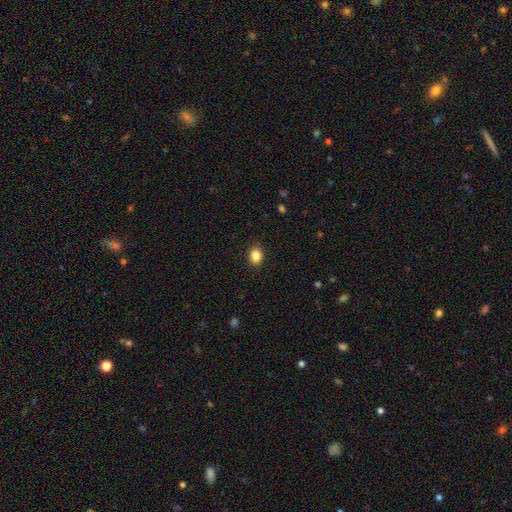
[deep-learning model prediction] A smooth galaxy with no disk features (86%) that is in between round and cigar-shaped (59%).

Vote fractions:
- Smooth or featured? smooth: 86% / star or artifact: 9% / featured or disk: 4%
- How rounded? in between: 59% / round: 40% / cigar-shaped: 1%
- Merging? none: 90% / minor disturbance: 7% / major disturbance: 2% / merger: 1%